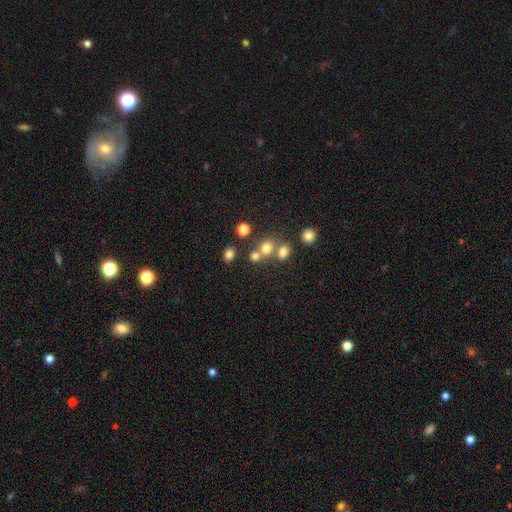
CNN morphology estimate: This appears to be a smooth galaxy with no disk features (72%) that is round (72%). Merging: none (52%).